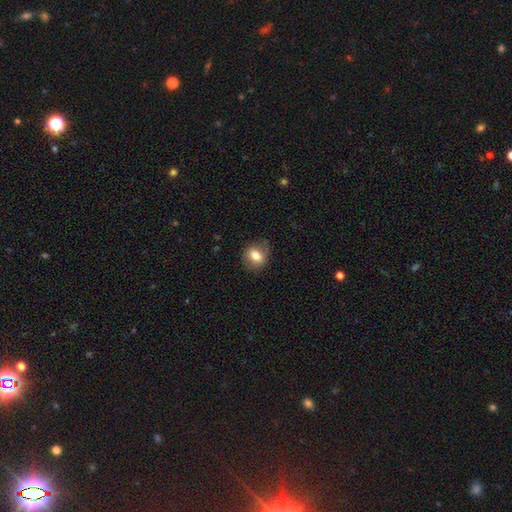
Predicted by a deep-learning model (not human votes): This is likely a smooth galaxy (77%). How rounded: possibly round (56%). Merging: likely none (80%).